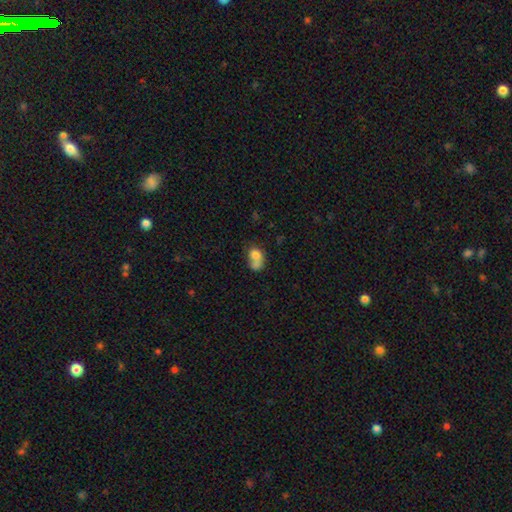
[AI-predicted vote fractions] Smooth or featured: smooth — 73% (featured or disk — 18%)
How rounded: in between — 52% (round — 47%)
Merging: merger — 57% (none — 22%)